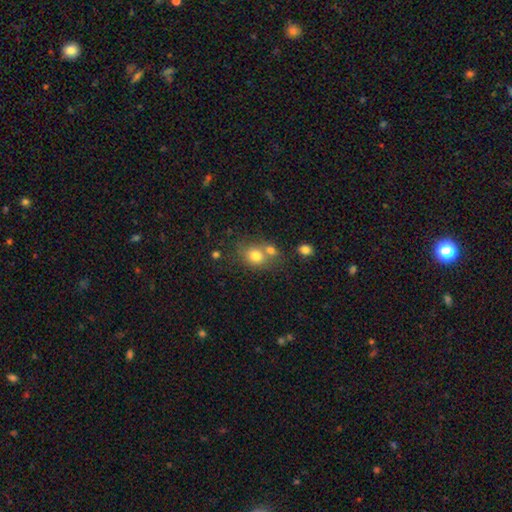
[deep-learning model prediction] smooth-or-featured: smooth: 76% | featured or disk: 12% | star or artifact: 11%
  how-rounded: round: 65% | in between: 34% | cigar-shaped: 1%
  merging: none: 45% | merger: 39% | minor disturbance: 11% | major disturbance: 4%